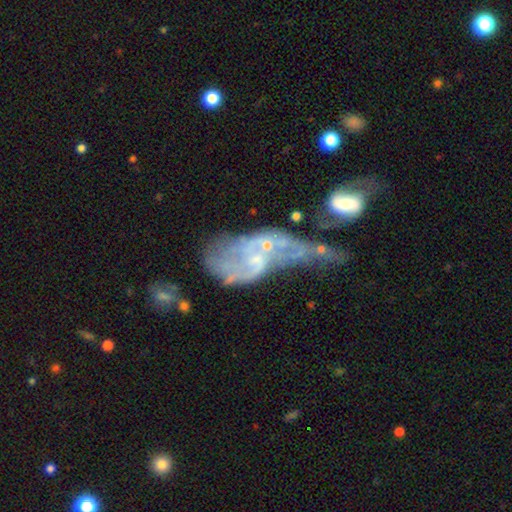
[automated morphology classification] Smooth or featured: featured or disk — 71% (smooth — 18%)
Edge-on disk: no — 95% (yes — 5%)
Bar: no — 74% (weak — 21%)
Spiral arms: yes — 53% (no — 47%)
Bulge size: small — 56% (none — 22%)
Merging: merger — 47% (major disturbance — 28%)